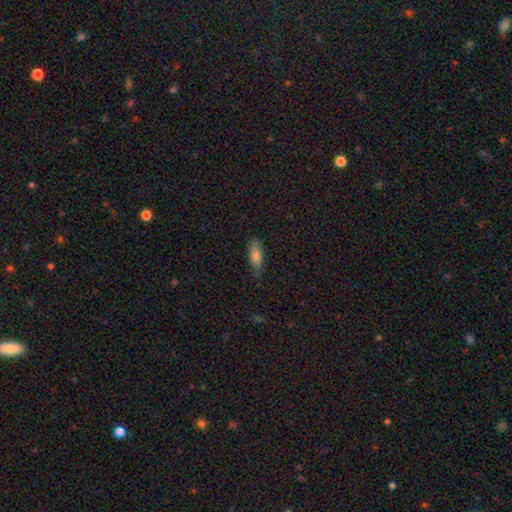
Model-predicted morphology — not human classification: Smooth or featured: smooth — 72% (featured or disk — 18%)
How rounded: in between — 61% (cigar-shaped — 37%)
Merging: none — 71% (minor disturbance — 23%)